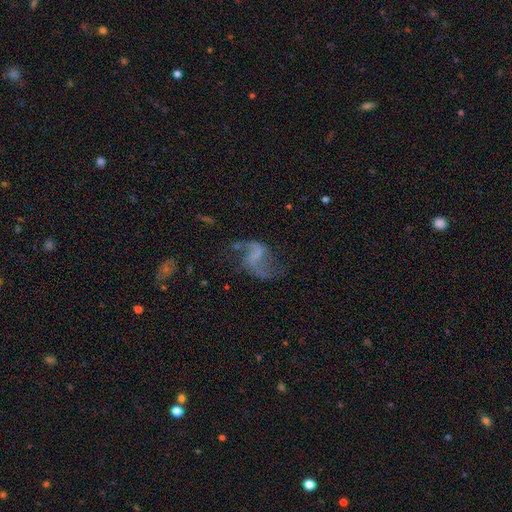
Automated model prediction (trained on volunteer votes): Smooth or featured?
  - featured or disk: 81% *
  - smooth: 10%
  - star or artifact: 9%
Edge-on disk?
  - no: 98% *
  - yes: 2%
Bar?
  - weak: 45% *
  - strong: 29%
  - no: 26%
Spiral arms?
  - yes: 92% *
  - no: 8%
Spiral winding?
  - loose: 78% *
  - medium: 18%
  - tight: 4%
Spiral arm count?
  - 2: 91% *
  - 1: 3%
  - can't tell: 2%
  - 3: 1%
  - 4: 1%
  - more than 4: 1%
Bulge size?
  - none: 67% *
  - small: 20%
  - moderate: 9%
  - large: 3%
  - dominant: 1%
Merging?
  - none: 61% *
  - major disturbance: 18%
  - minor disturbance: 17%
  - merger: 3%